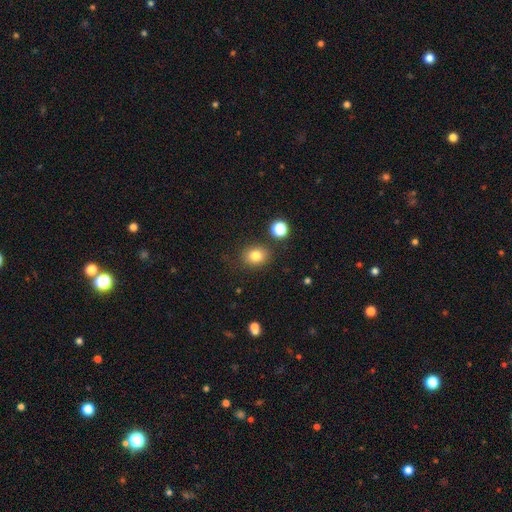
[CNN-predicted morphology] A smooth galaxy with no disk features (81%) that is round (59%).

Vote fractions:
- Smooth or featured? smooth: 81% / star or artifact: 11% / featured or disk: 7%
- How rounded? round: 59% / in between: 40% / cigar-shaped: 1%
- Merging? none: 83% / minor disturbance: 10% / merger: 4% / major disturbance: 3%